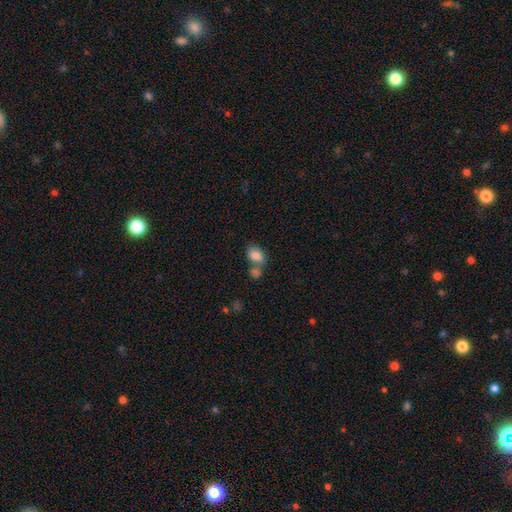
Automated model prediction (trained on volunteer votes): Overall: smooth (82%). How rounded: in between (79%). Merging: merger (48%; none 36%).